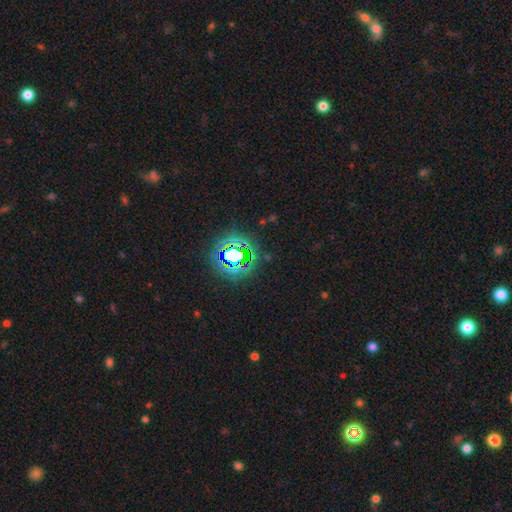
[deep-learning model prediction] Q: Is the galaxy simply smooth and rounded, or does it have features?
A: star or artifact — 79%.